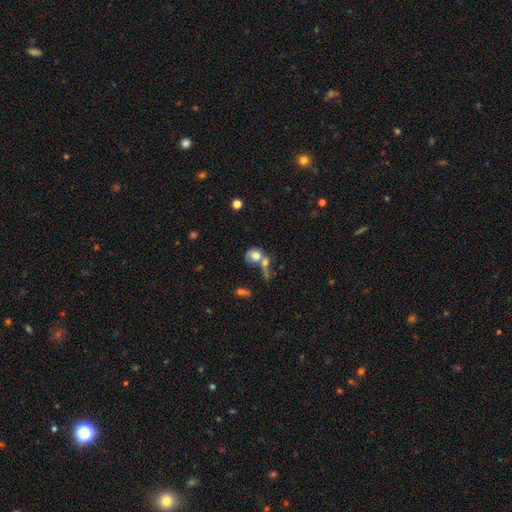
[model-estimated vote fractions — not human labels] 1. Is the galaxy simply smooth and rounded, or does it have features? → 69% smooth, 21% featured or disk, 10% star or artifact.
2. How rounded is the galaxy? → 57% round, 40% in between, 3% cigar-shaped.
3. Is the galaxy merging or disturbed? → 52% merger, 25% none, 12% major disturbance, 10% minor disturbance.